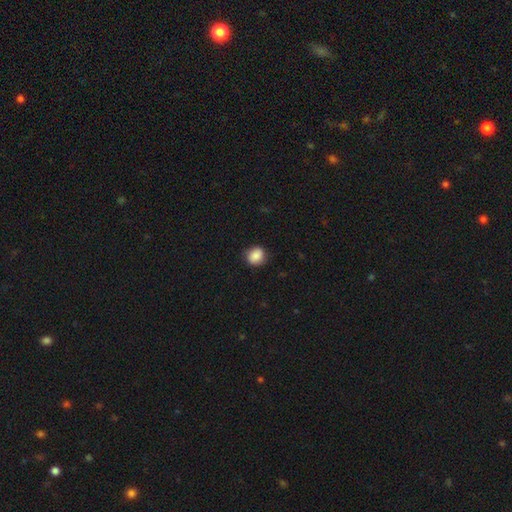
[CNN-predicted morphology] type=smooth (85%); roundness=round (71%); merging=none (82%).